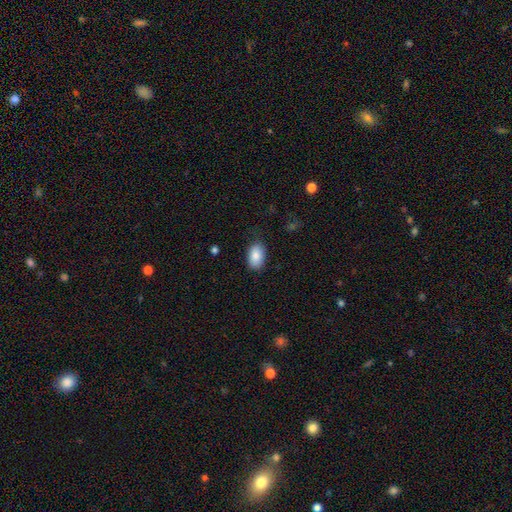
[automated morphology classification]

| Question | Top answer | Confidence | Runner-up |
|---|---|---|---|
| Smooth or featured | smooth | 87% | star or artifact (7%) |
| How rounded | in between | 93% | round (6%) |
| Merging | none | 83% | minor disturbance (13%) |